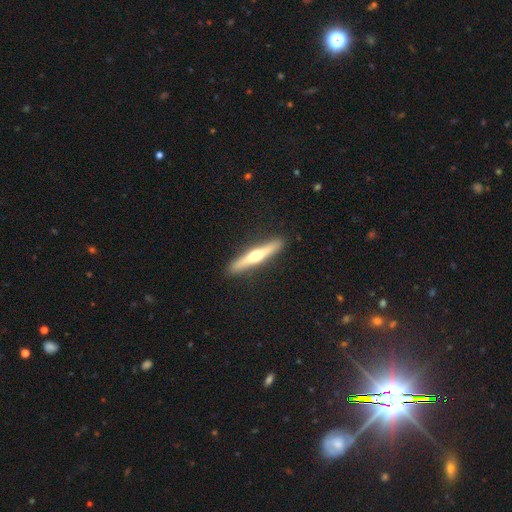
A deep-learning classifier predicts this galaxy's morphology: Smooth or featured?
  - featured or disk: 61% *
  - smooth: 34%
  - star or artifact: 5%
Edge-on disk?
  - yes: 96% *
  - no: 4%
Edge-on bulge?
  - rounded: 92% *
  - none: 5%
  - boxy: 3%
Merging?
  - none: 91% *
  - minor disturbance: 6%
  - major disturbance: 1%
  - merger: 1%